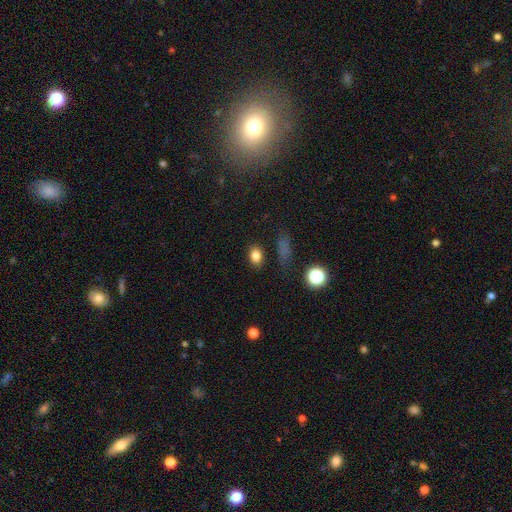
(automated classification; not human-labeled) smooth-or-featured: smooth: 81% | star or artifact: 12% | featured or disk: 6%
  how-rounded: in between: 68% | round: 30% | cigar-shaped: 2%
  merging: none: 83% | minor disturbance: 11% | major disturbance: 3% | merger: 2%